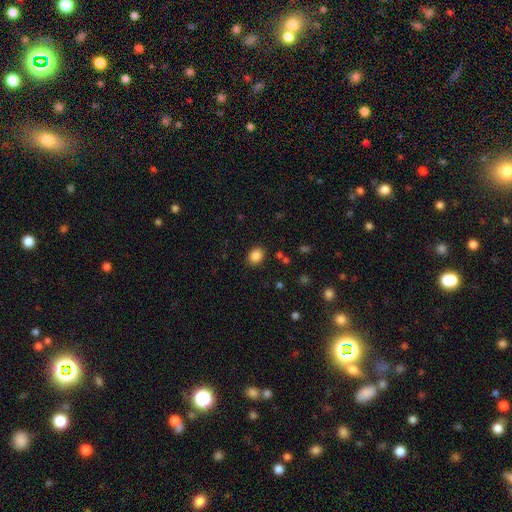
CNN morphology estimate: A smooth galaxy with no disk features (86%) that is round (52%). Merging: none (87%).